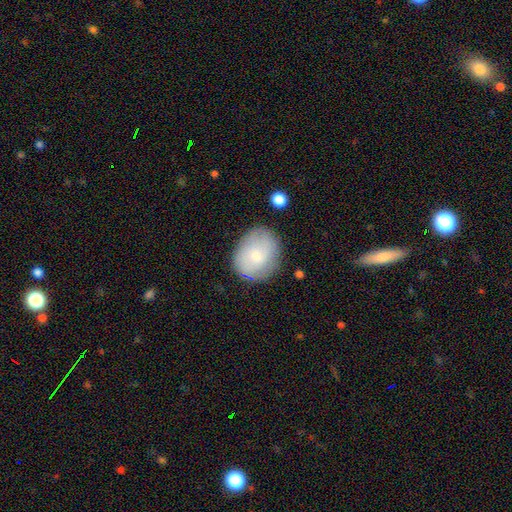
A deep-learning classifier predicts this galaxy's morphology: A smooth galaxy with no disk features (70%) that is round (54%). Merging: none (76%).